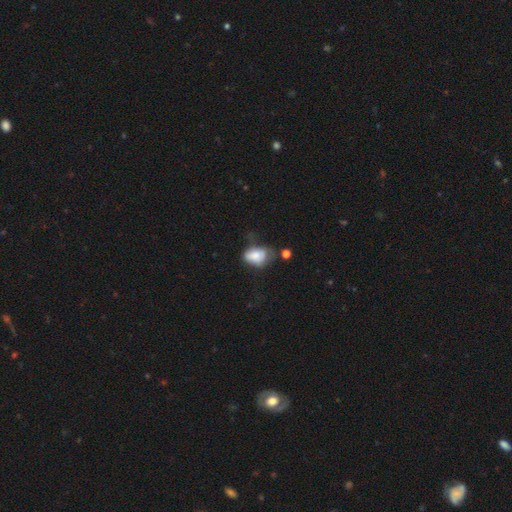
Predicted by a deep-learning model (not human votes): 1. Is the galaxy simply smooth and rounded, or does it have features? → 76% smooth, 15% featured or disk, 9% star or artifact.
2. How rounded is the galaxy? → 83% in between, 15% round, 1% cigar-shaped.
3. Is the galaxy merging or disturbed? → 37% minor disturbance, 32% none, 22% major disturbance, 8% merger.